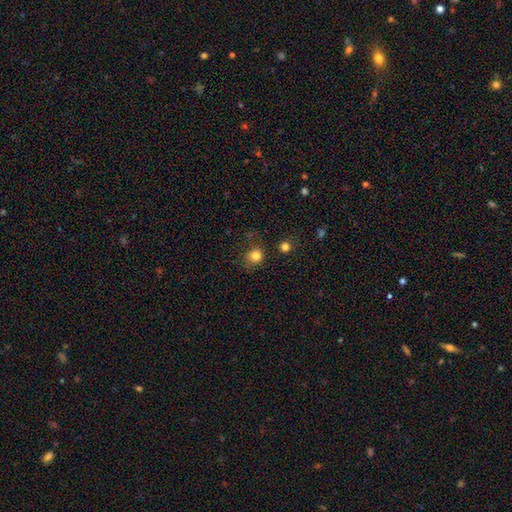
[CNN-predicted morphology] smooth_or_featured: smooth (p=0.82) [alt: star or artifact p=0.13]
how_rounded: round (p=0.86) [alt: in between p=0.13]
merging: none (p=0.77) [alt: minor disturbance p=0.14]